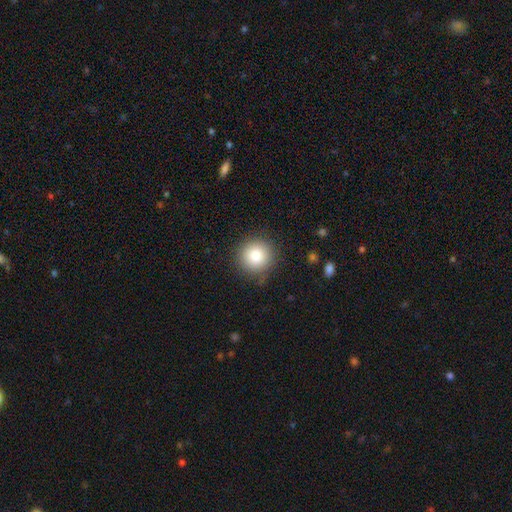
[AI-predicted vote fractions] Overall: smooth (84%). How rounded: round (94%). Merging: none (86%).